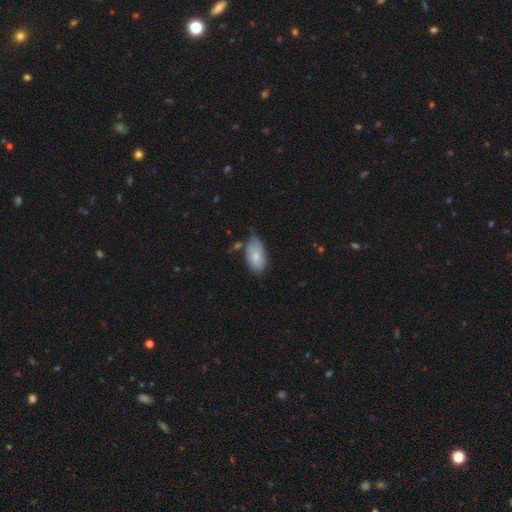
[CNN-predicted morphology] This appears to be a smooth galaxy with no disk features (72%) that is in between round and cigar-shaped (94%). Merging: none (51%).